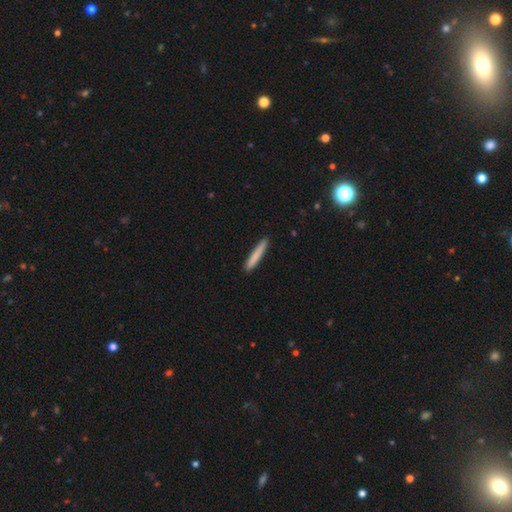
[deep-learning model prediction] Smooth or featured? smooth (81%)
How rounded? cigar-shaped (95%)
Merging? none (91%)